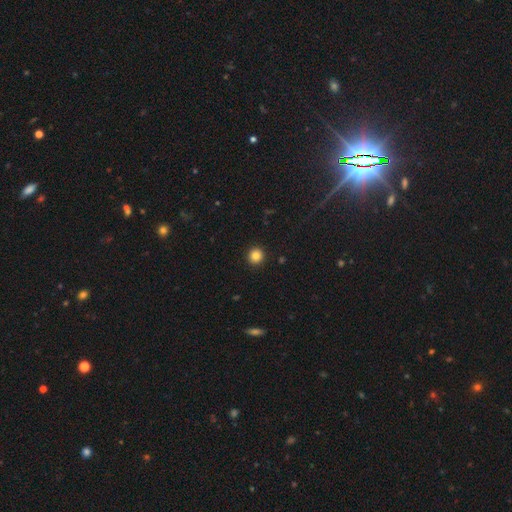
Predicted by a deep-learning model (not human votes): smooth-or-featured: smooth: 85% | star or artifact: 11% | featured or disk: 5%
  how-rounded: round: 94% | in between: 5% | cigar-shaped: 1%
  merging: none: 93% | minor disturbance: 5% | major disturbance: 2% | merger: 1%